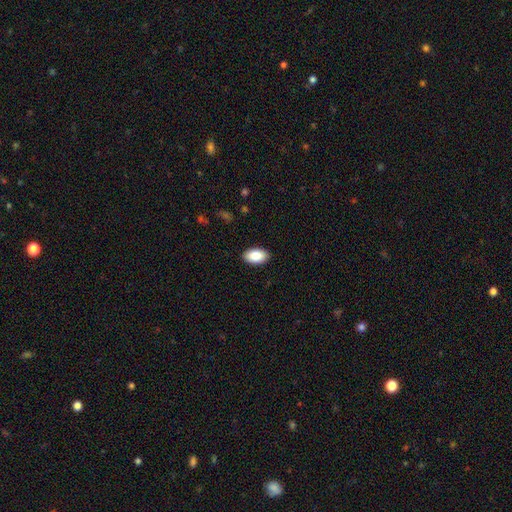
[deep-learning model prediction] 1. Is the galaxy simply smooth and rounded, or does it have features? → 88% smooth, 6% star or artifact, 5% featured or disk.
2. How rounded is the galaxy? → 94% in between, 4% round, 1% cigar-shaped.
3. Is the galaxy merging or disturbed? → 90% none, 8% minor disturbance, 2% major disturbance, 1% merger.